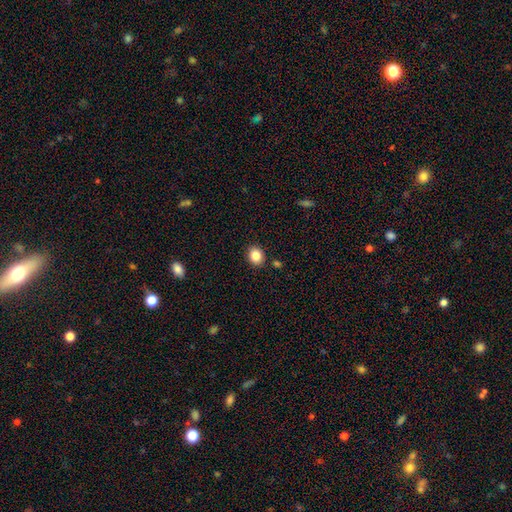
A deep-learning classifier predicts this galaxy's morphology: type=smooth (85%); roundness=round (62%); merging=none (88%).